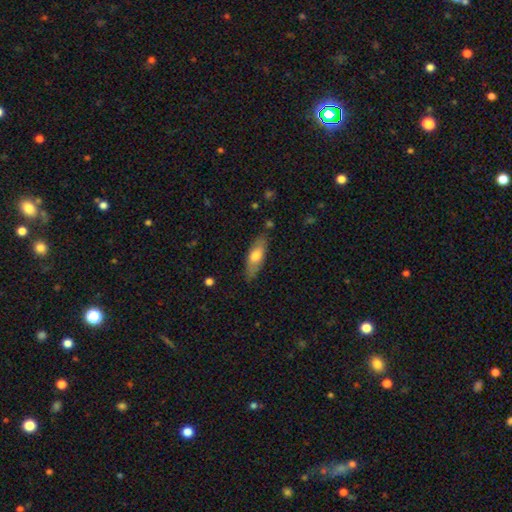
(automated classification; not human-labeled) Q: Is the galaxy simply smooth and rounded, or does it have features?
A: smooth — 65%.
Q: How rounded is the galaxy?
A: in between — 63%.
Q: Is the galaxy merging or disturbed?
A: none — 81%.